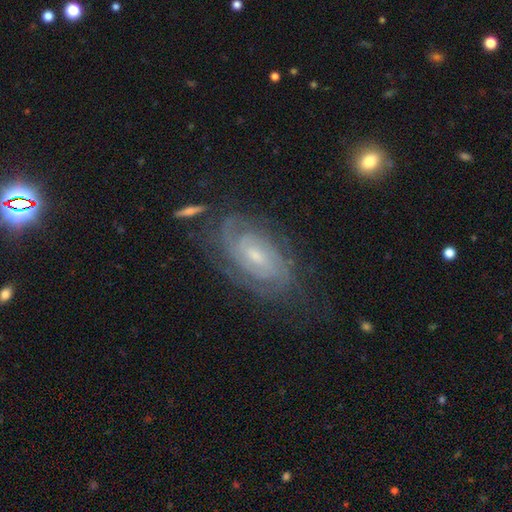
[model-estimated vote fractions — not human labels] Smooth or featured? Predicted: featured or disk (p=0.87). Edge-on disk? Predicted: no (p=0.96). Bar? Predicted: no (p=0.47). Spiral arms? Predicted: yes (p=0.97). Spiral winding? Predicted: tight (p=0.76). Spiral arm count? Predicted: 2 (p=0.38). Bulge size? Predicted: small (p=0.61). Merging? Predicted: none (p=0.71).